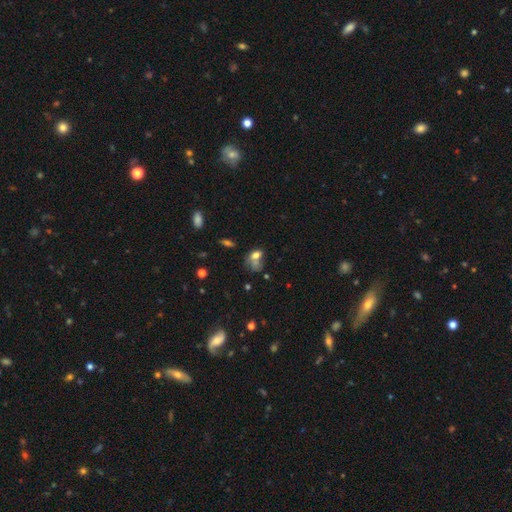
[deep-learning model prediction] Overall: smooth (62%). How rounded: in between (68%; round 29%). Merging: merger (29%; none 28%).